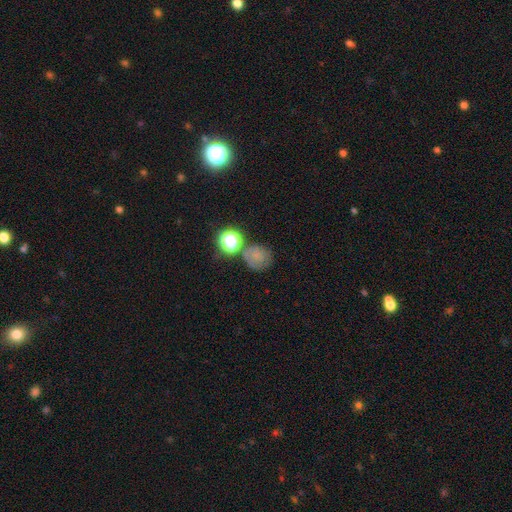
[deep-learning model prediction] Overall: smooth (56%; star or artifact 27%). How rounded: round (83%). Merging: none (63%).